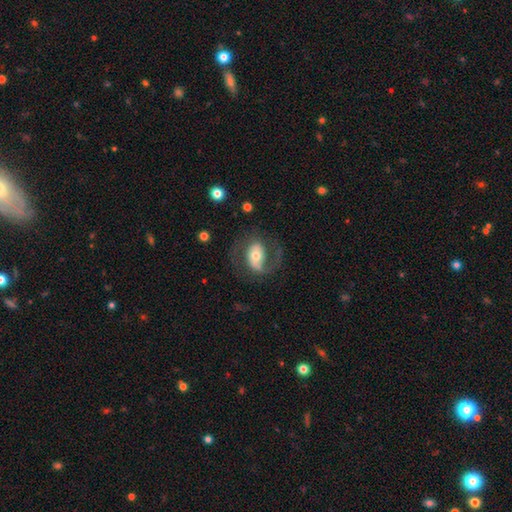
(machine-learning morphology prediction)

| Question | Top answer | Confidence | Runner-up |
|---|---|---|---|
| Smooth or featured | featured or disk | 72% | smooth (22%) |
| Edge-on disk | no | 96% | yes (4%) |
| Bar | no | 40% | weak (34%) |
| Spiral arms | yes | 87% | no (13%) |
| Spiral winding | medium | 51% | loose (31%) |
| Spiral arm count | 2 | 75% | 1 (16%) |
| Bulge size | moderate | 64% | small (21%) |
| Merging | none | 61% | major disturbance (20%) |